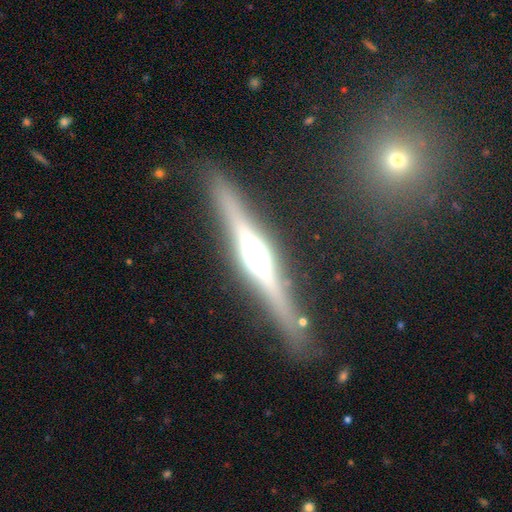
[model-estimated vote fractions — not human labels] The model was most divided on "smooth or featured": featured or disk: 76%, smooth: 16%, star or artifact: 8%. More confident: edge-on disk — yes (96%); edge-on bulge — rounded (91%); merging — none (88%).